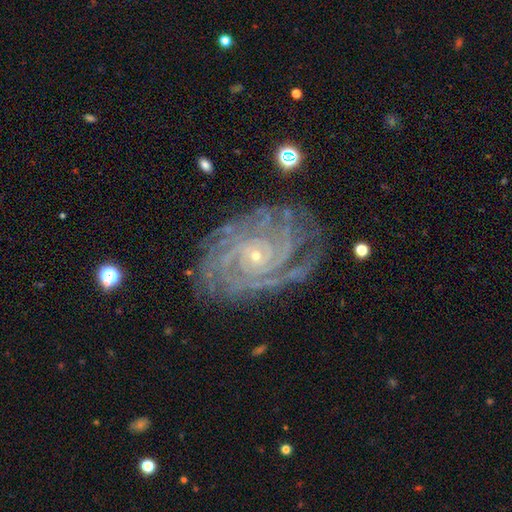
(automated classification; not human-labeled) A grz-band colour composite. It shows a featured or disk galaxy (90%) with no bar (74%), 4 (24%) tight (79%) spiral arms (98%) and a small central bulge (85%). Merging: none (75%).